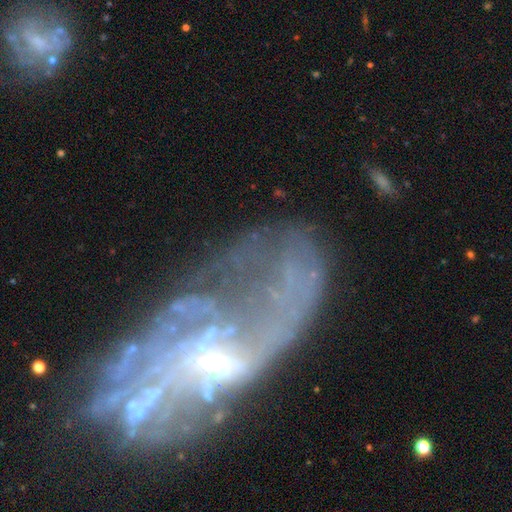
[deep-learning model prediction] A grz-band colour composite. It shows a featured or disk galaxy (73%) with no bar (54%), spiral arms (53%) and a small central bulge (53%). Merging: major disturbance (42%).